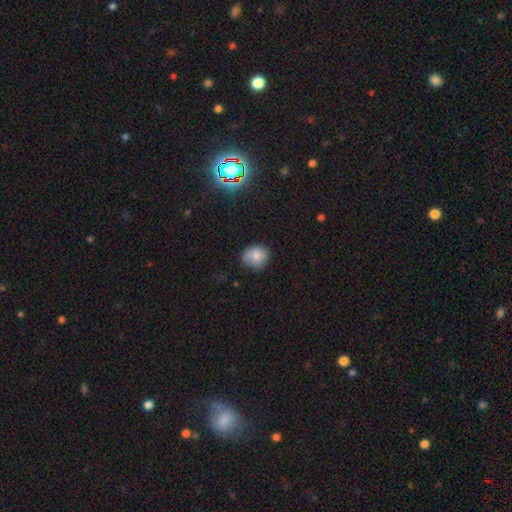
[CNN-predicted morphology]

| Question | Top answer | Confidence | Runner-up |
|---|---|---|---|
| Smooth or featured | smooth | 83% | star or artifact (9%) |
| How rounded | round | 75% | in between (25%) |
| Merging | none | 75% | minor disturbance (20%) |